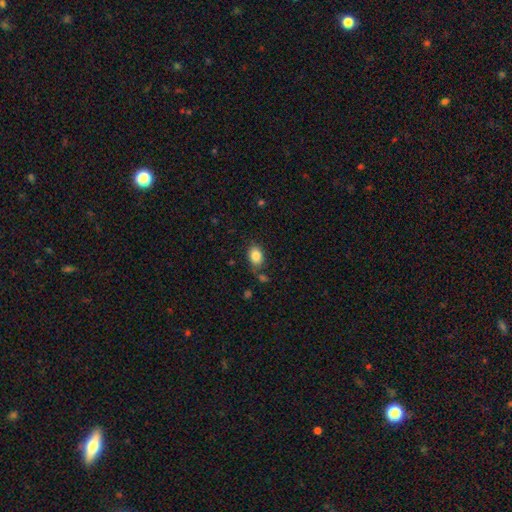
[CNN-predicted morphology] smooth 85%, star or artifact 9%, featured or disk 6%. Down the decision tree: how rounded — in between (76%); merging — none (72%).